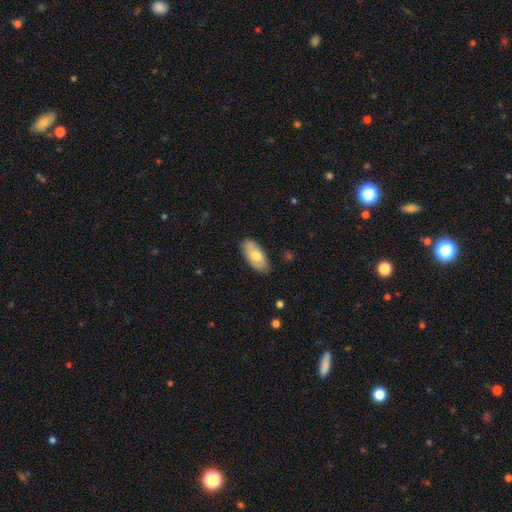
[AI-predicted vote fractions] Smooth or featured?
  - smooth: 66% *
  - featured or disk: 28%
  - star or artifact: 6%
How rounded?
  - in between: 91% *
  - cigar-shaped: 6%
  - round: 2%
Merging?
  - none: 83% *
  - minor disturbance: 13%
  - major disturbance: 2%
  - merger: 1%